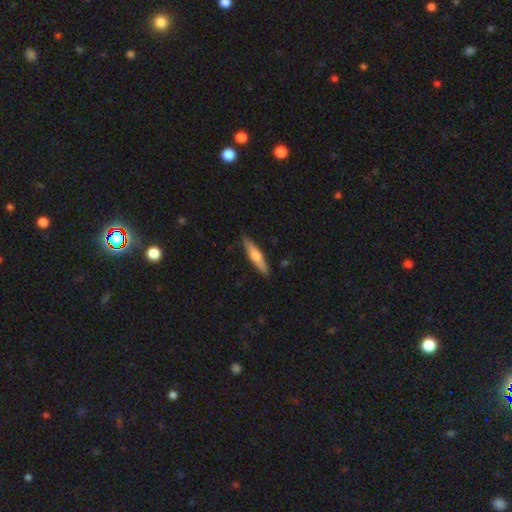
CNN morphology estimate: Q: Smooth or featured?
A: smooth (56%); runner-up: featured or disk (38%)
Q: How rounded?
A: cigar-shaped (85%); runner-up: in between (14%)
Q: Merging?
A: none (88%); runner-up: minor disturbance (9%)